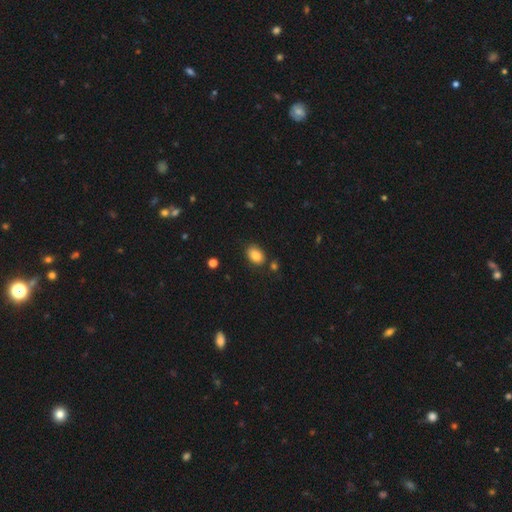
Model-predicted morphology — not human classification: type=smooth (84%); roundness=in between (82%); merging=none (81%).